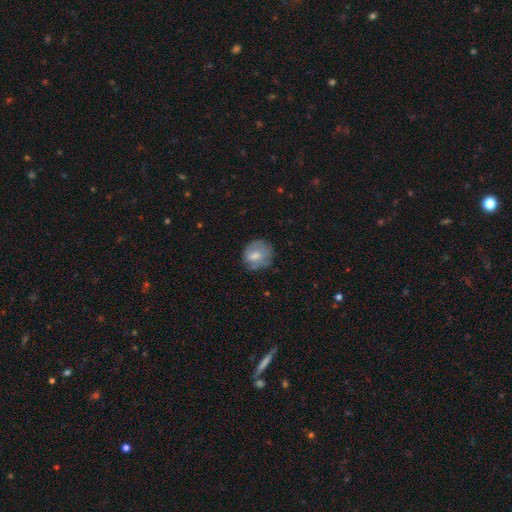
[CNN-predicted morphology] Smooth or featured?
  - smooth: 65% *
  - featured or disk: 27%
  - star or artifact: 8%
How rounded?
  - round: 70% *
  - in between: 29%
  - cigar-shaped: 1%
Merging?
  - none: 62% *
  - minor disturbance: 26%
  - major disturbance: 10%
  - merger: 2%